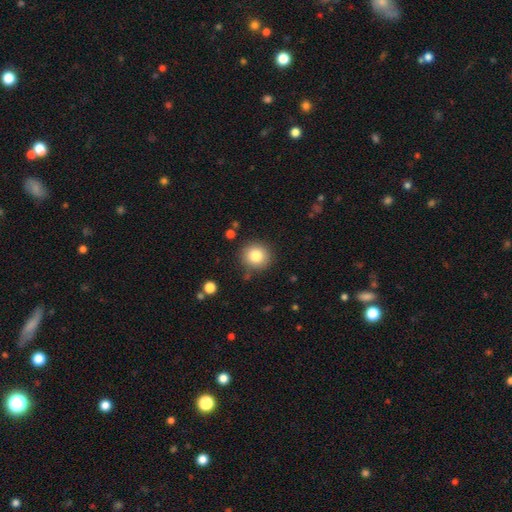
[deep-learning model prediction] A smooth galaxy with no disk features (82%) that is round (91%).

Vote fractions:
- Smooth or featured? smooth: 82% / star or artifact: 10% / featured or disk: 8%
- How rounded? round: 91% / in between: 8% / cigar-shaped: 1%
- Merging? none: 87% / minor disturbance: 8% / major disturbance: 3% / merger: 2%